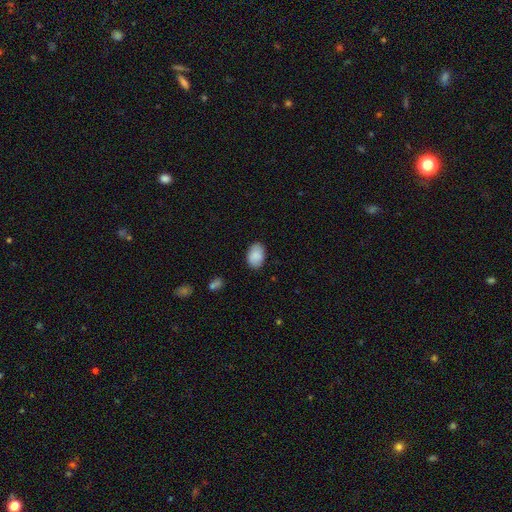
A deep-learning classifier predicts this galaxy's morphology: smooth-or-featured: smooth: 88% | star or artifact: 6% | featured or disk: 5%
  how-rounded: in between: 88% | round: 11% | cigar-shaped: 1%
  merging: none: 85% | minor disturbance: 11% | major disturbance: 2% | merger: 1%